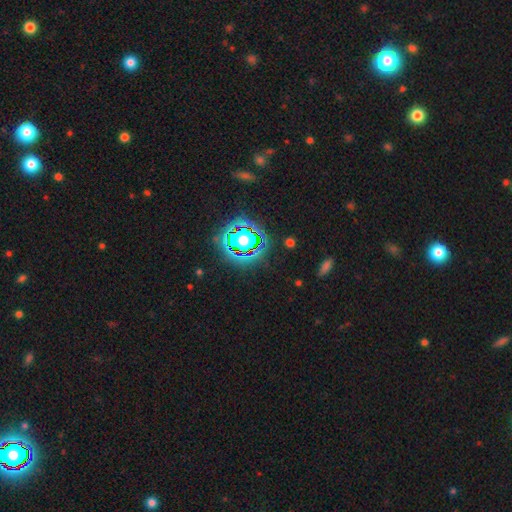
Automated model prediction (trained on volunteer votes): This appears to be a star or artifact, not a galaxy (81%).